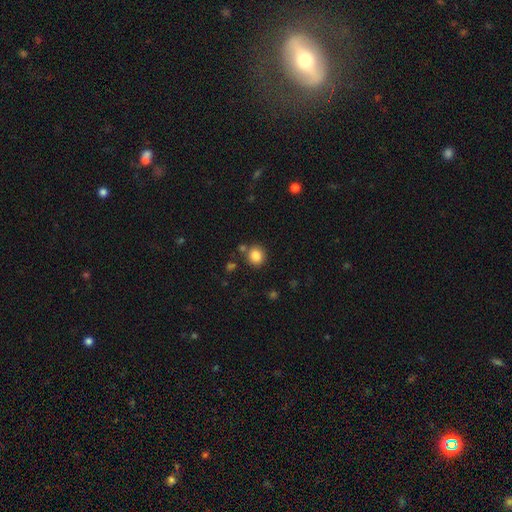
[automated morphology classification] smooth_or_featured: smooth (p=0.84) [alt: star or artifact p=0.11]
how_rounded: round (p=0.87) [alt: in between p=0.12]
merging: none (p=0.80) [alt: minor disturbance p=0.09]